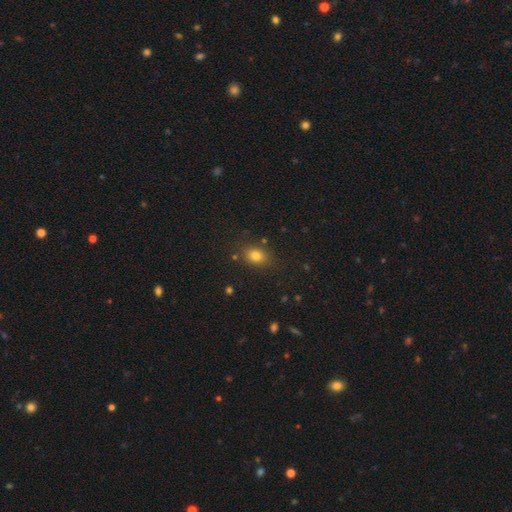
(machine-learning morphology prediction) Smooth or featured? Predicted: smooth (p=0.80). How rounded? Predicted: in between (p=0.65). Merging? Predicted: none (p=0.81).